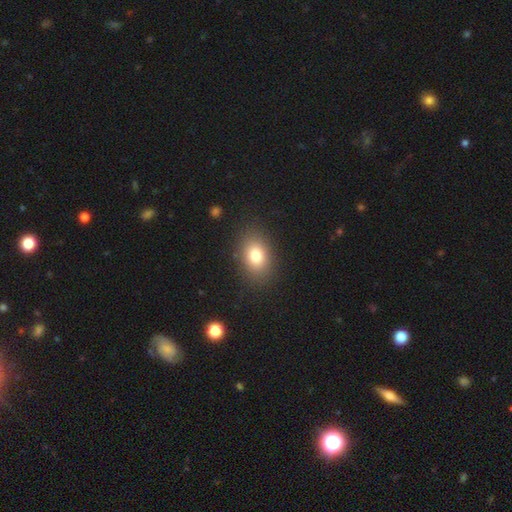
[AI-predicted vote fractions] Smooth or featured? smooth (79%)
How rounded? in between (77%)
Merging? none (85%)